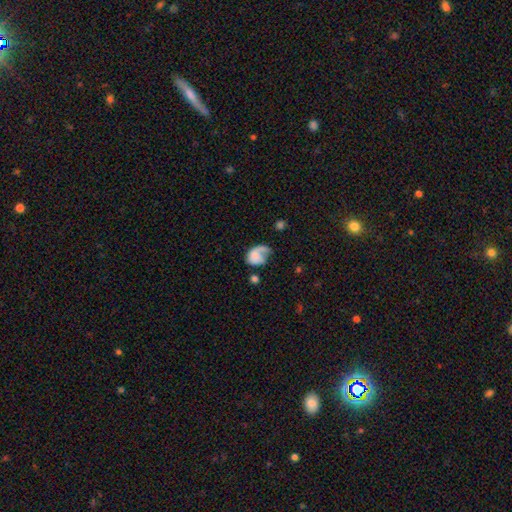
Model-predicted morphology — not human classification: This is possibly a smooth galaxy (48%). Merging: marginally major disturbance (41%).